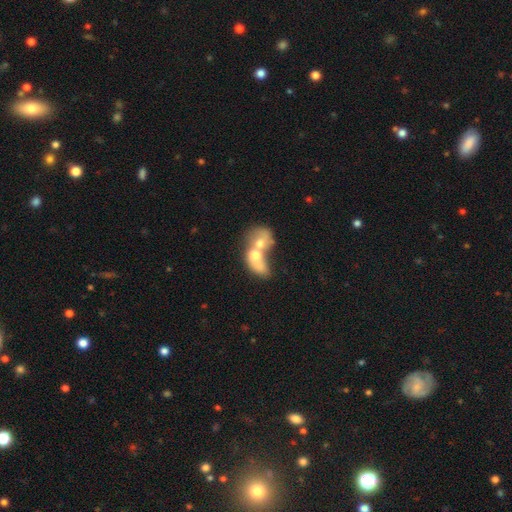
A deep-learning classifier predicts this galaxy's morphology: Smooth or featured? featured or disk (48%)
Merging? merger (81%)